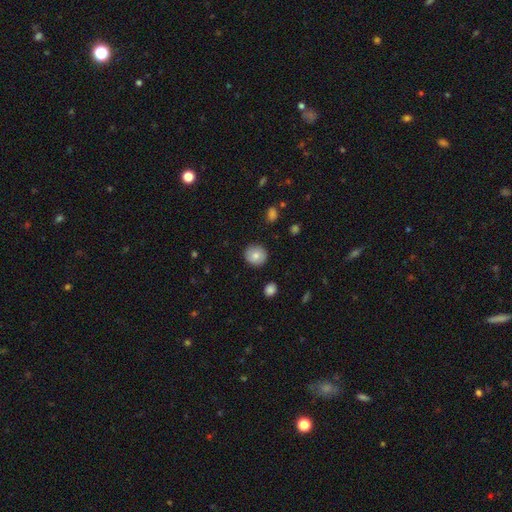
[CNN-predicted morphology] A smooth galaxy with no disk features (80%) that is round (89%).

Vote fractions:
- Smooth or featured? smooth: 80% / featured or disk: 12% / star or artifact: 8%
- How rounded? round: 89% / in between: 10% / cigar-shaped: 1%
- Merging? none: 88% / minor disturbance: 9% / major disturbance: 2% / merger: 1%